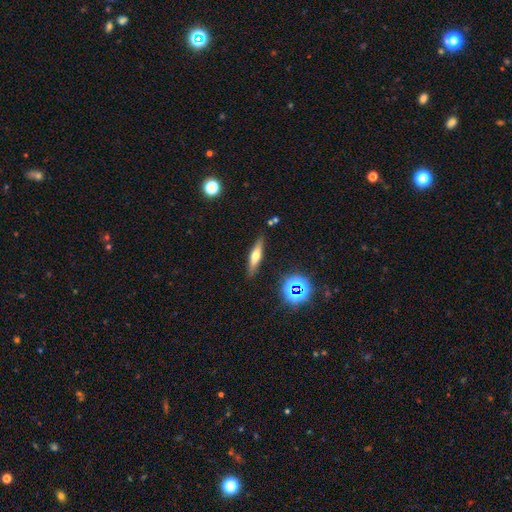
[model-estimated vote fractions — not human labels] Morphology: type=smooth (44%, tied with featured or disk); merging=none (86%).